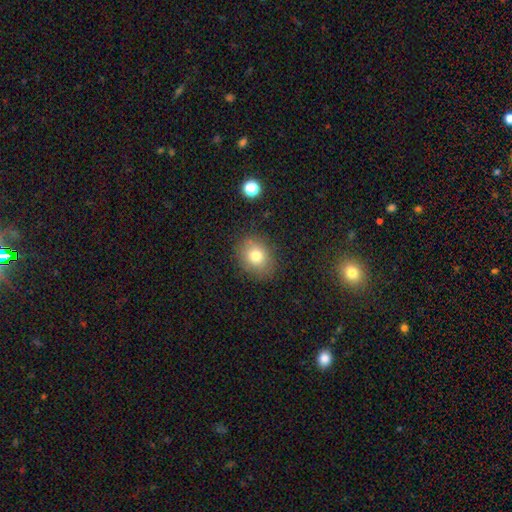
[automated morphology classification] smooth-or-featured: smooth: 77% | star or artifact: 12% | featured or disk: 11%
  how-rounded: round: 58% | in between: 41% | cigar-shaped: 1%
  merging: none: 82% | minor disturbance: 12% | major disturbance: 4% | merger: 2%